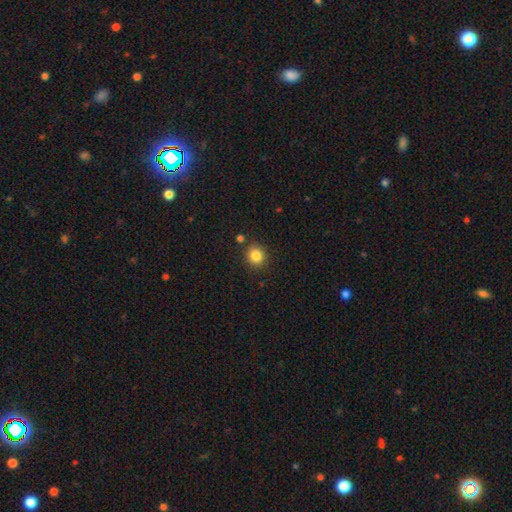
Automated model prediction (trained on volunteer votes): Morphology: type=smooth (84%); roundness=round (84%); merging=none (86%).